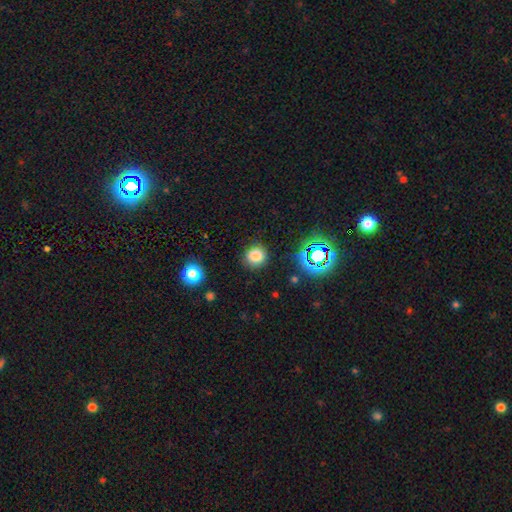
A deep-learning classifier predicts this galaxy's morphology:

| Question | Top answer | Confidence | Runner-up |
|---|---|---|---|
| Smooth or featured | smooth | 78% | star or artifact (17%) |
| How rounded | round | 91% | in between (8%) |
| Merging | none | 87% | minor disturbance (8%) |